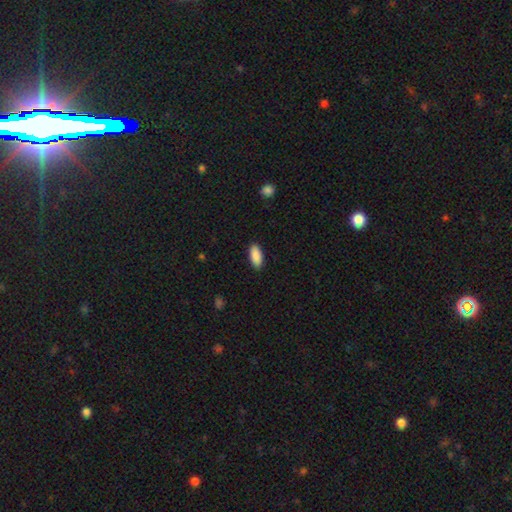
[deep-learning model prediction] This is clearly a smooth galaxy (90%). How rounded: clearly in between (88%). Merging: clearly none (89%).